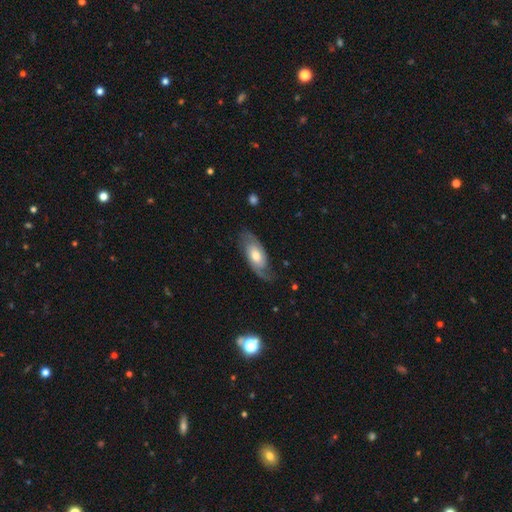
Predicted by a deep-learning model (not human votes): Smooth or featured? Predicted: featured or disk (p=0.75). Edge-on disk? Predicted: no (p=0.91). Bar? Predicted: no (p=0.64). Spiral arms? Predicted: yes (p=0.92). Spiral winding? Predicted: medium (p=0.43). Spiral arm count? Predicted: 2 (p=0.83). Bulge size? Predicted: moderate (p=0.66). Merging? Predicted: none (p=0.74).